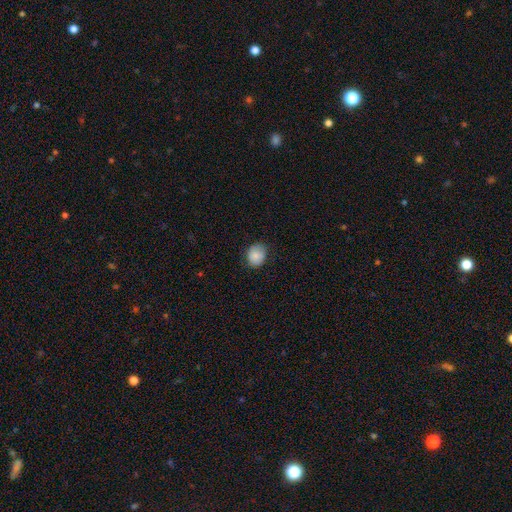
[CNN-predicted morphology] Smooth or featured? Predicted: smooth (p=0.85). How rounded? Predicted: round (p=0.55). Merging? Predicted: none (p=0.78).